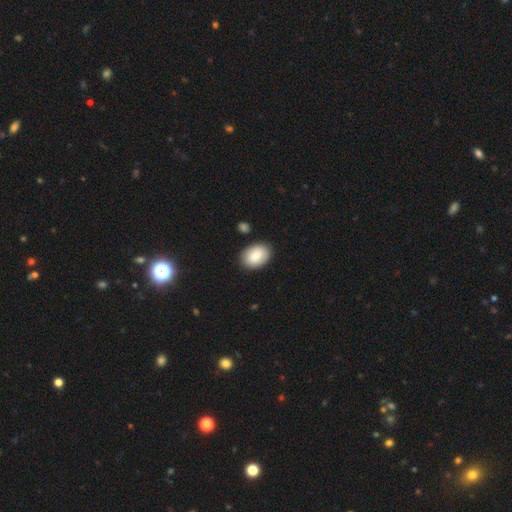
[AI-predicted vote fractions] Overall: smooth (84%). How rounded: in between (83%). Merging: none (87%).